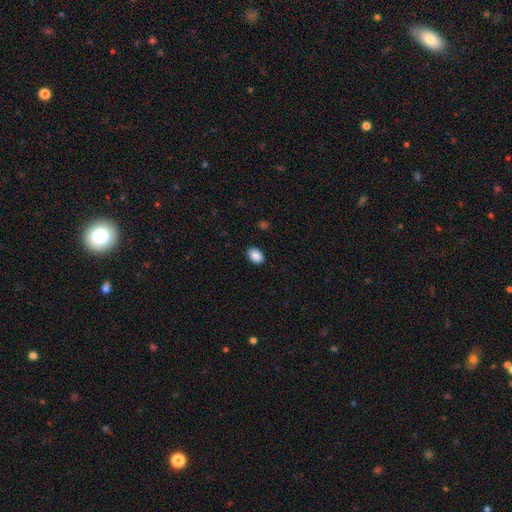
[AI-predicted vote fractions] Morphology: type=smooth (89%); roundness=in between (80%); merging=none (89%).